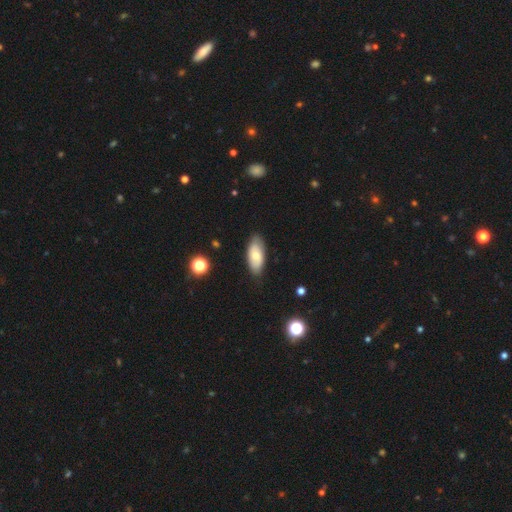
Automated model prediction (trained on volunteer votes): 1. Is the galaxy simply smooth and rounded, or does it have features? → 64% smooth, 30% featured or disk, 7% star or artifact.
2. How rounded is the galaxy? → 89% in between, 9% cigar-shaped, 3% round.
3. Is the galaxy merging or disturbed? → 82% none, 14% minor disturbance, 3% major disturbance, 1% merger.